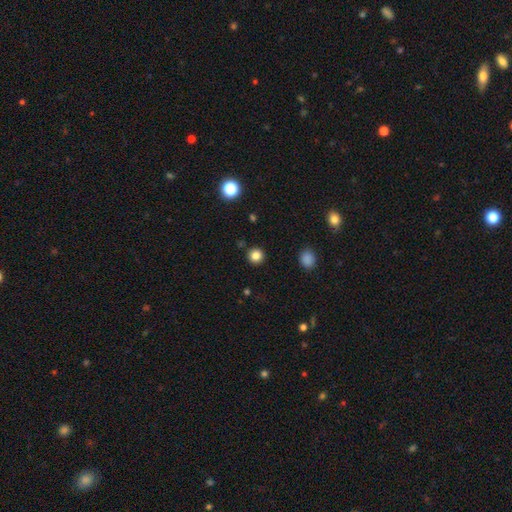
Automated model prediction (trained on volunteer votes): Smooth or featured? smooth (83%)
How rounded? round (95%)
Merging? none (91%)